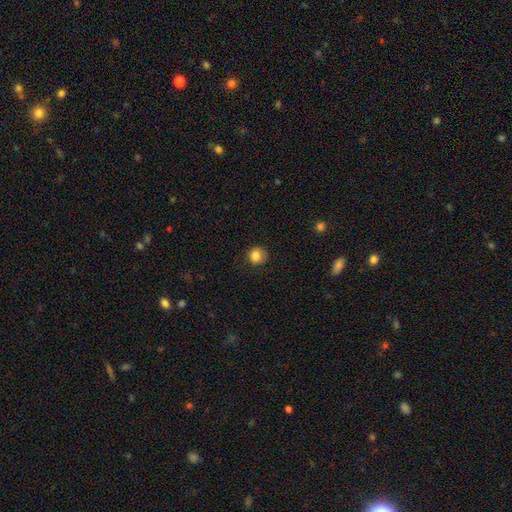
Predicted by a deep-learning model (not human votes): Overall: smooth (85%). How rounded: round (90%). Merging: none (81%).